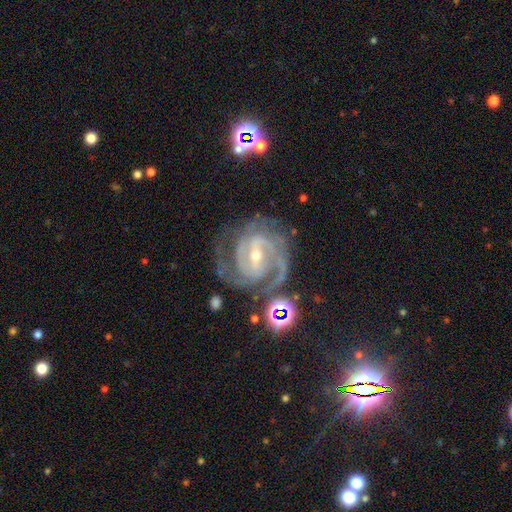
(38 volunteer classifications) Volunteers were most divided on "spiral winding": medium: 57%, tight: 40%, loose: 3%. More confident: spiral arms — yes (100%); edge-on disk — no (97%); smooth or featured — featured or disk (95%); bulge size — small (69%); bar — strong (63%); merging — none (59%); spiral arm count — 3 (57%).